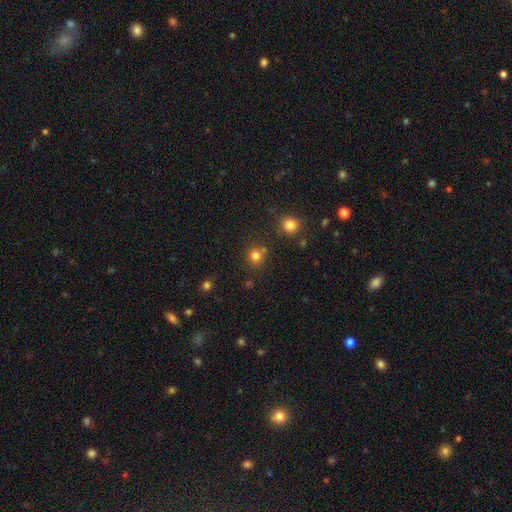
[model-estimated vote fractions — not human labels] A smooth galaxy with no disk features (78%) that is round (89%). Merging: none (74%).